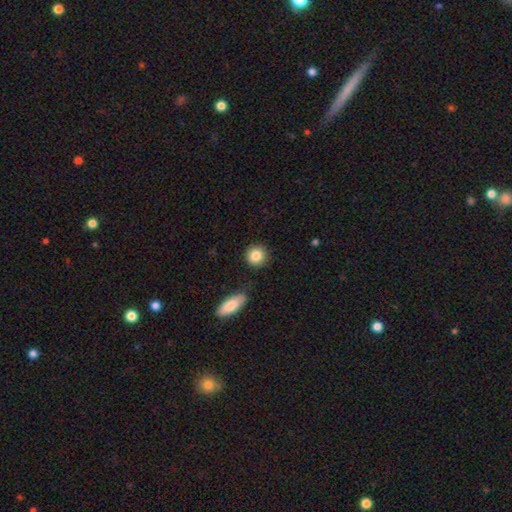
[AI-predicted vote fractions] smooth_or_featured: smooth (p=0.86) [alt: star or artifact p=0.08]
how_rounded: round (p=0.90) [alt: in between p=0.09]
merging: none (p=0.87) [alt: minor disturbance p=0.08]